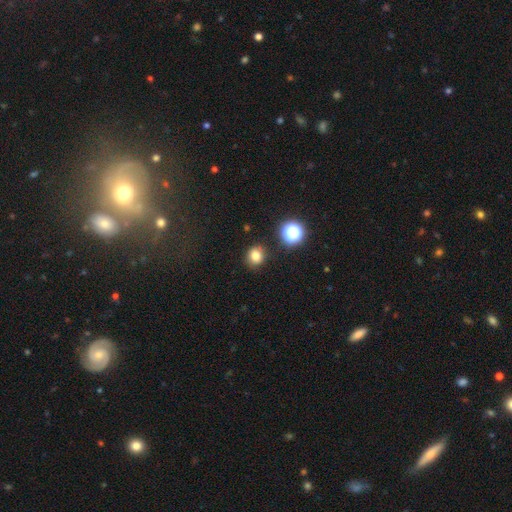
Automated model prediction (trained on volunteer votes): Q: Smooth or featured?
A: smooth (79%); runner-up: star or artifact (15%)
Q: How rounded?
A: round (78%); runner-up: in between (21%)
Q: Merging?
A: none (84%); runner-up: minor disturbance (10%)